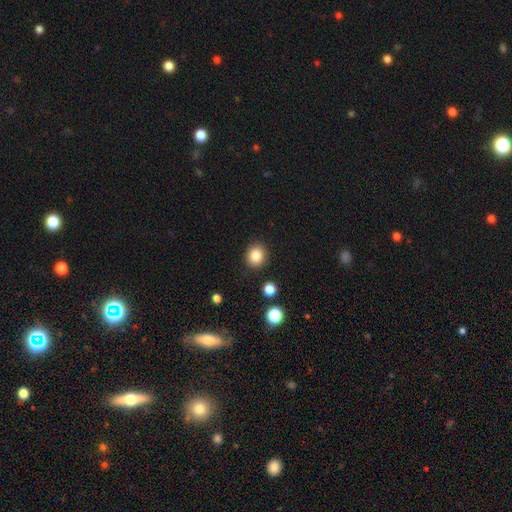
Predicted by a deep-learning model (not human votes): smooth_or_featured: smooth (p=0.85) [alt: star or artifact p=0.11]
how_rounded: round (p=0.79) [alt: in between p=0.20]
merging: none (p=0.89) [alt: minor disturbance p=0.07]